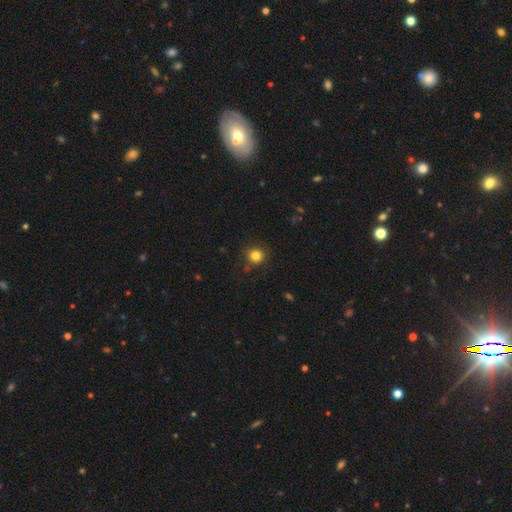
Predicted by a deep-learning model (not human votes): smooth_or_featured: smooth (p=0.82) [alt: star or artifact p=0.12]
how_rounded: round (p=0.92) [alt: in between p=0.07]
merging: none (p=0.86) [alt: minor disturbance p=0.09]